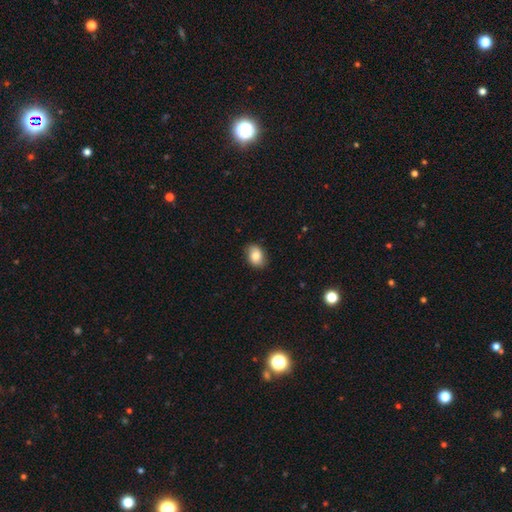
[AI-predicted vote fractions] Overall: smooth (82%). How rounded: in between (77%). Merging: none (84%).